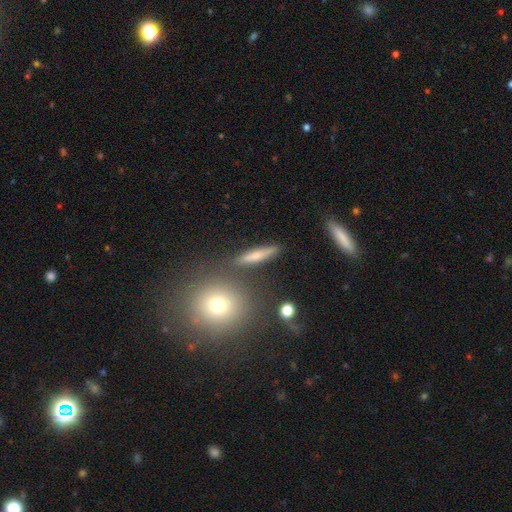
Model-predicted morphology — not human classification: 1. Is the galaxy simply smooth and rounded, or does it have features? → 63% smooth, 27% featured or disk, 10% star or artifact.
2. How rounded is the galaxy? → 79% cigar-shaped, 14% in between, 7% round.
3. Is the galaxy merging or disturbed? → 81% none, 10% minor disturbance, 5% merger, 3% major disturbance.